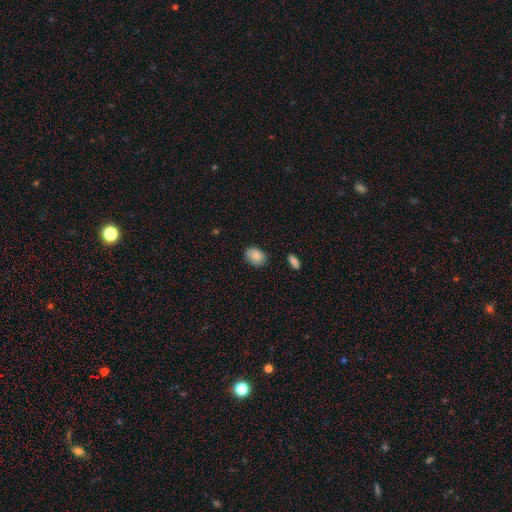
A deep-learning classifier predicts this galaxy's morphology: type=smooth (87%); roundness=in between (66%); merging=none (81%).